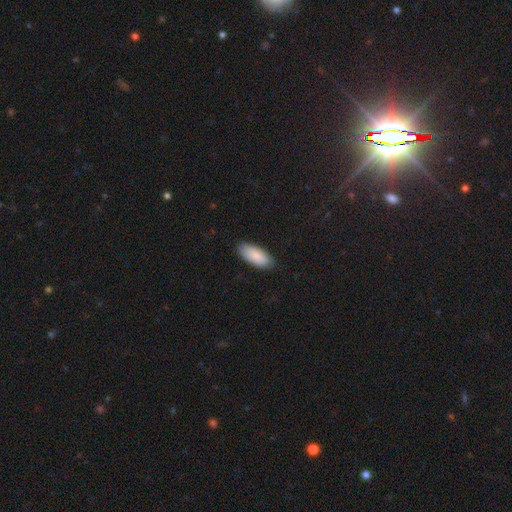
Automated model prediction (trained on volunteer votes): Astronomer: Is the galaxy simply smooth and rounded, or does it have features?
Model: smooth — 88%.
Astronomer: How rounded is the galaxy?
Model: in between — 86%.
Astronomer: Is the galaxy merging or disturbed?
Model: none — 85%.